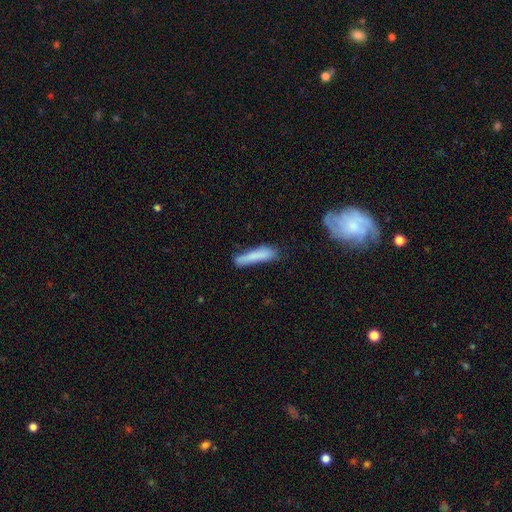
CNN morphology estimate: Q: Smooth or featured?
A: smooth (80%); runner-up: featured or disk (14%)
Q: How rounded?
A: cigar-shaped (89%); runner-up: in between (10%)
Q: Merging?
A: none (64%); runner-up: minor disturbance (25%)